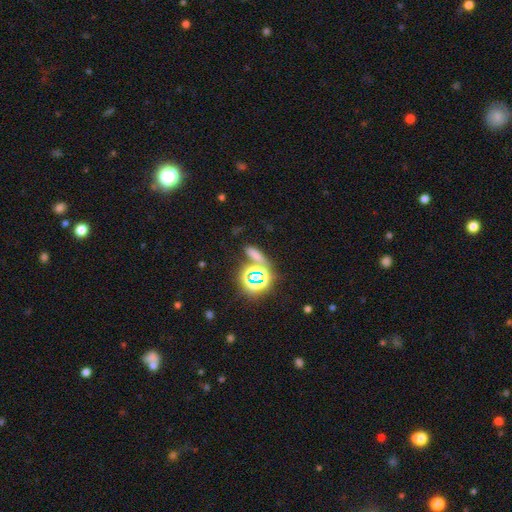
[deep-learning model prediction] Smooth or featured?
  - smooth: 48% *
  - star or artifact: 41%
  - featured or disk: 11%
Merging?
  - none: 66% *
  - merger: 17%
  - minor disturbance: 11%
  - major disturbance: 6%